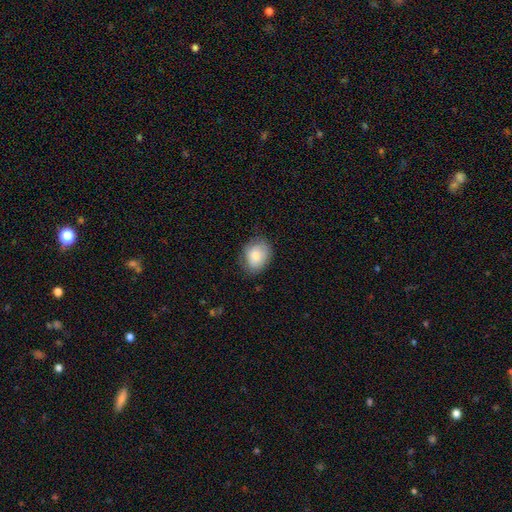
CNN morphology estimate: The model was most divided on "how rounded": in between: 59%, round: 40%, cigar-shaped: 1%. More confident: smooth or featured — smooth (77%); merging — none (72%).